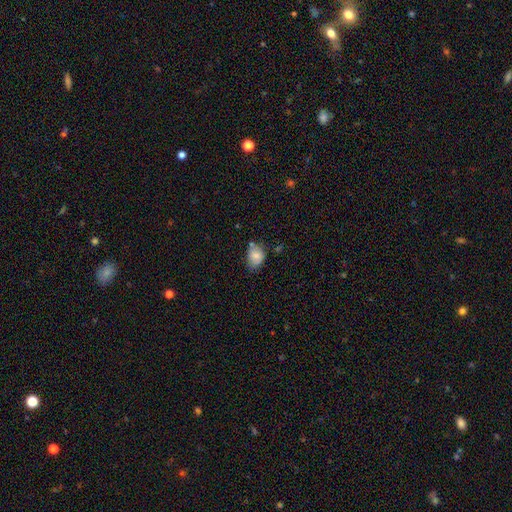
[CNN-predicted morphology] Overall: smooth (77%). How rounded: in between (67%; round 32%). Merging: none (55%; minor disturbance 32%).